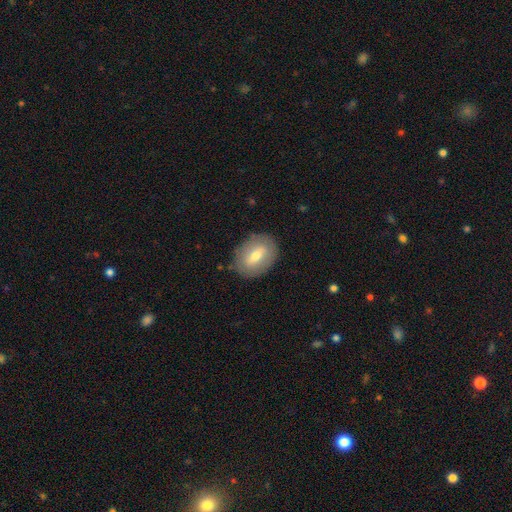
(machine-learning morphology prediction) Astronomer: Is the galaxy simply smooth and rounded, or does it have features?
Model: smooth — 58% (runner-up: featured or disk, 35%).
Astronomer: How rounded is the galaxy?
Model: in between — 75%.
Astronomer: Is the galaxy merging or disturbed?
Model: none — 83%.